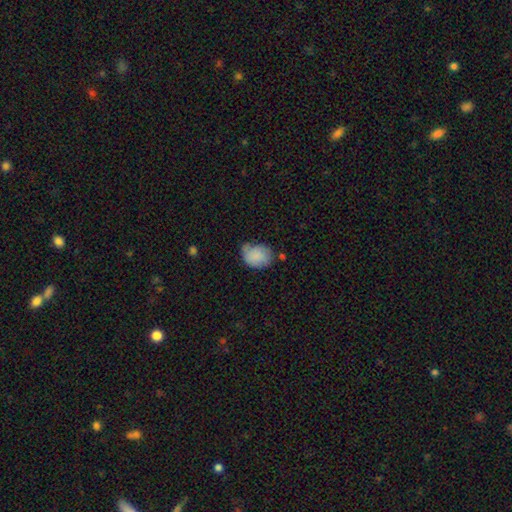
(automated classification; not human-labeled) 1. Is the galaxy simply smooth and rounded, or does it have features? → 76% smooth, 17% featured or disk, 7% star or artifact.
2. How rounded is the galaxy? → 56% in between, 43% round, 1% cigar-shaped.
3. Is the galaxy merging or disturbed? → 43% none, 38% minor disturbance, 13% major disturbance, 6% merger.